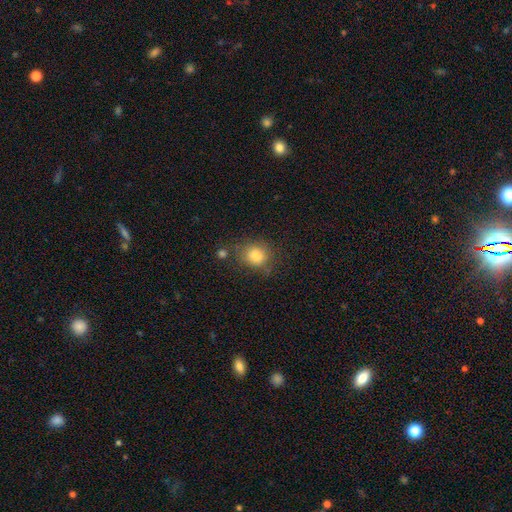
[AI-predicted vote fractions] smooth_or_featured: smooth (p=0.82) [alt: star or artifact p=0.11]
how_rounded: round (p=0.70) [alt: in between p=0.29]
merging: none (p=0.72) [alt: minor disturbance p=0.17]